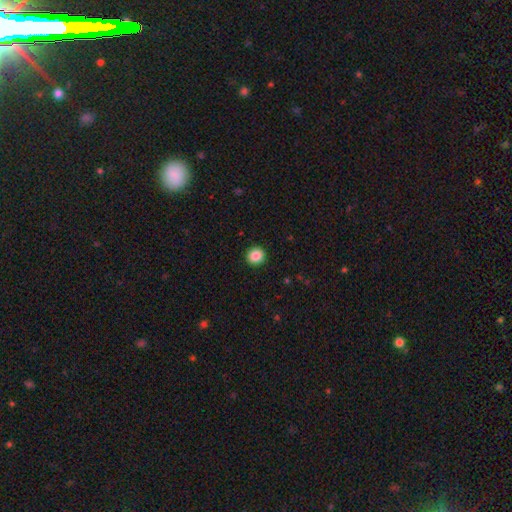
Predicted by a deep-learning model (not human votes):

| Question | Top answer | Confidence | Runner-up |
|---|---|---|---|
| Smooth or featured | smooth | 87% | star or artifact (9%) |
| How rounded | round | 91% | in between (8%) |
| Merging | none | 93% | minor disturbance (4%) |